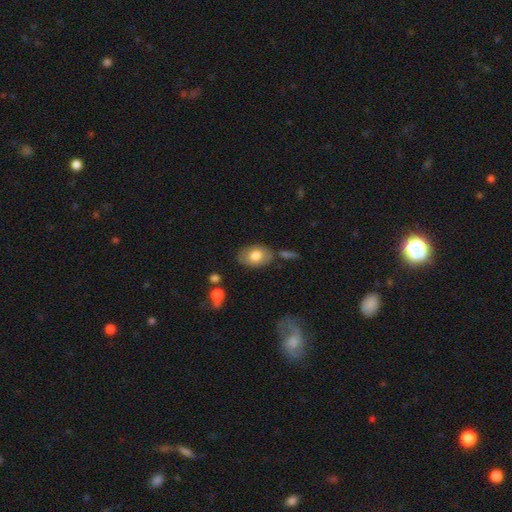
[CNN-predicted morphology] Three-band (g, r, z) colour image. It shows a smooth galaxy with no disk features (72%) that is in between round and cigar-shaped (85%). Merging: none (75%).